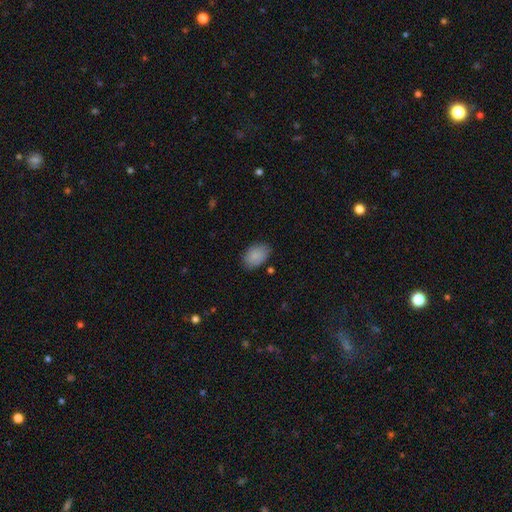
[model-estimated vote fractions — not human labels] The model was most divided on "merging": none: 80%, minor disturbance: 16%, major disturbance: 3%, merger: 2%. More confident: smooth or featured — smooth (87%); how rounded — in between (84%).